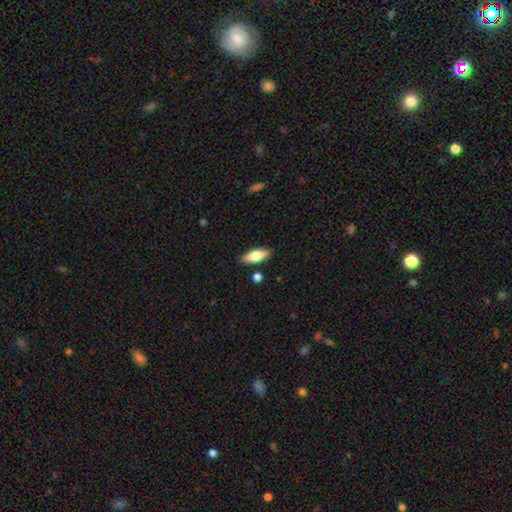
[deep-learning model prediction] Q: Smooth or featured?
A: smooth (69%); runner-up: featured or disk (25%)
Q: How rounded?
A: in between (70%); runner-up: cigar-shaped (27%)
Q: Merging?
A: none (86%); runner-up: minor disturbance (10%)